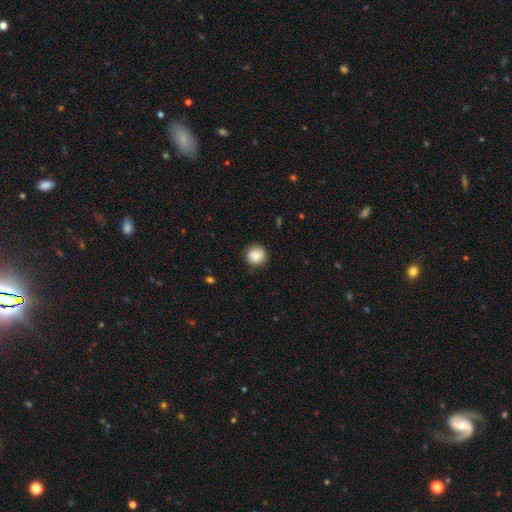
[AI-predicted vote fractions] Overall: smooth (81%). How rounded: round (92%). Merging: none (83%).